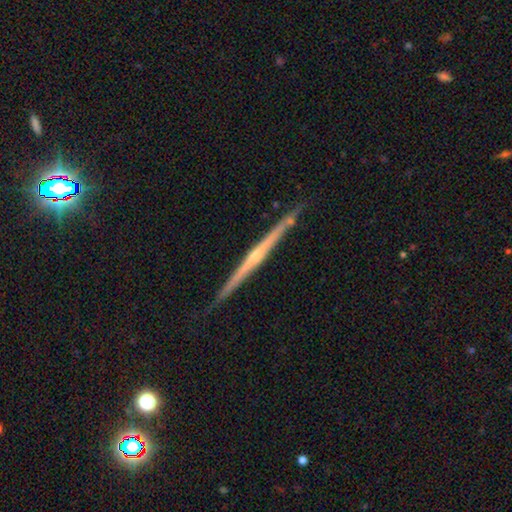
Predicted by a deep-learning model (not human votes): Smooth or featured?
  - featured or disk: 81% *
  - smooth: 13%
  - star or artifact: 6%
Edge-on disk?
  - yes: 98% *
  - no: 2%
Edge-on bulge?
  - rounded: 62% *
  - none: 33%
  - boxy: 5%
Merging?
  - none: 88% *
  - minor disturbance: 9%
  - merger: 2%
  - major disturbance: 1%